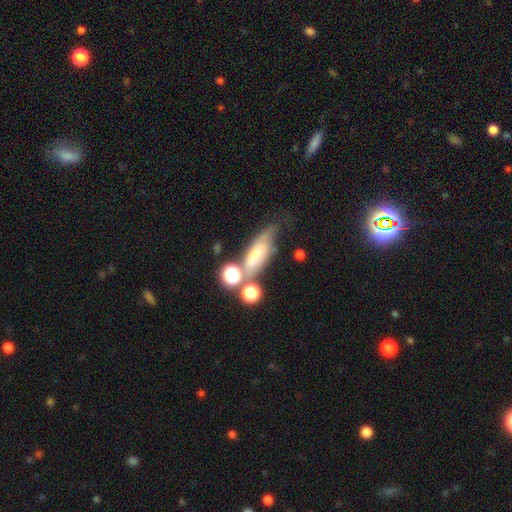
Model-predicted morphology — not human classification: type=smooth (61%); roundness=in between (54%); merging=none (46%).